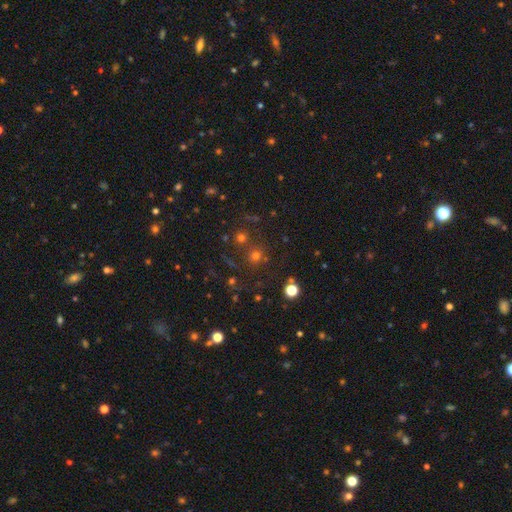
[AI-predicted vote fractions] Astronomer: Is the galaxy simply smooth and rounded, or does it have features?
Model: smooth — 55% (runner-up: star or artifact, 36%).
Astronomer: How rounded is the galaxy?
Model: round — 93%.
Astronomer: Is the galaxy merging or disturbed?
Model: none — 79%.